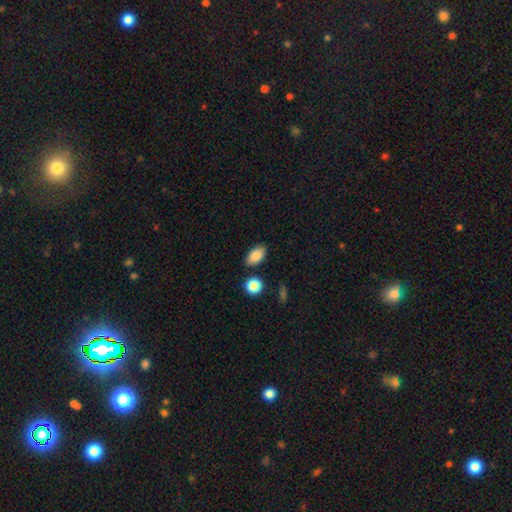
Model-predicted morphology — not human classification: Smooth or featured?
  - smooth: 85% *
  - star or artifact: 8%
  - featured or disk: 7%
How rounded?
  - in between: 91% *
  - round: 7%
  - cigar-shaped: 2%
Merging?
  - none: 83% *
  - minor disturbance: 11%
  - merger: 4%
  - major disturbance: 2%